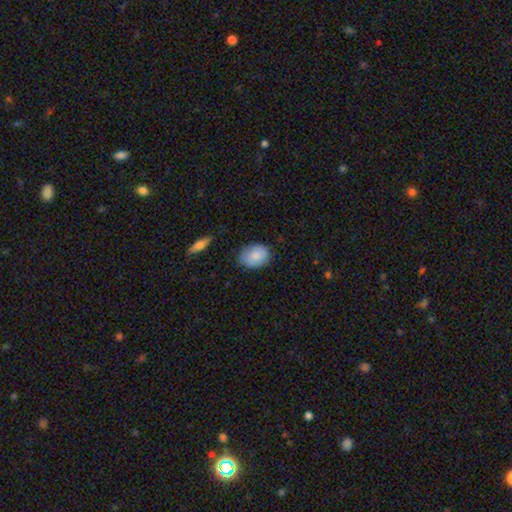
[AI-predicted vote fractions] This is clearly a smooth galaxy (84%). How rounded: likely in between (72%). Merging: likely none (77%).